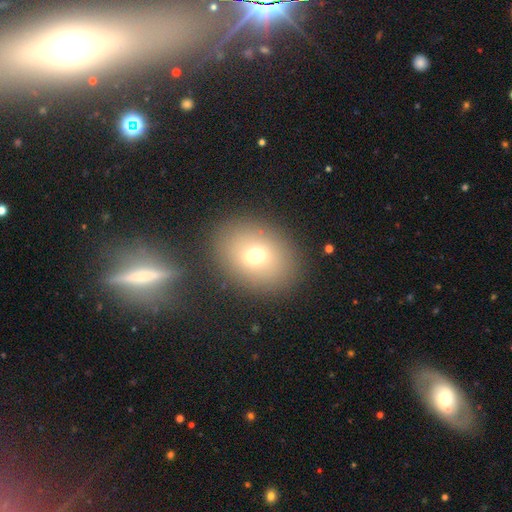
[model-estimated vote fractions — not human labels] Overall: smooth (70%). How rounded: in between (57%; round 42%). Merging: none (83%).